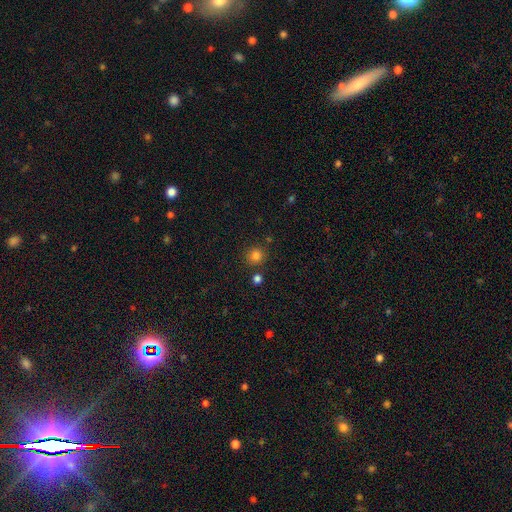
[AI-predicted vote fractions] Smooth or featured?
  - smooth: 82% *
  - star or artifact: 14%
  - featured or disk: 4%
How rounded?
  - round: 90% *
  - in between: 9%
  - cigar-shaped: 1%
Merging?
  - none: 83% *
  - minor disturbance: 8%
  - merger: 6%
  - major disturbance: 3%